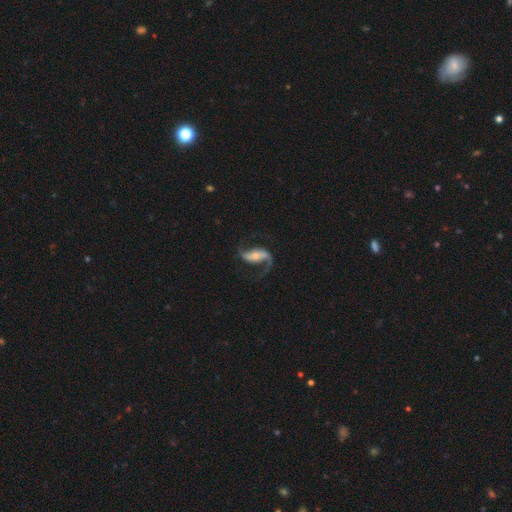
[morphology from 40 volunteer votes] Smooth or featured? 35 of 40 (88%) said featured or disk. Edge-on disk? 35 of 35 (100%) said no. Bar? 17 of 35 (49%) said strong. Spiral arms? 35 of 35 (100%) said yes. Spiral winding? 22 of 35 (63%) said medium. Spiral arm count? 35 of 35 (100%) said 2. Bulge size? 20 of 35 (57%) said moderate. Merging? 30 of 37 (81%) said none.